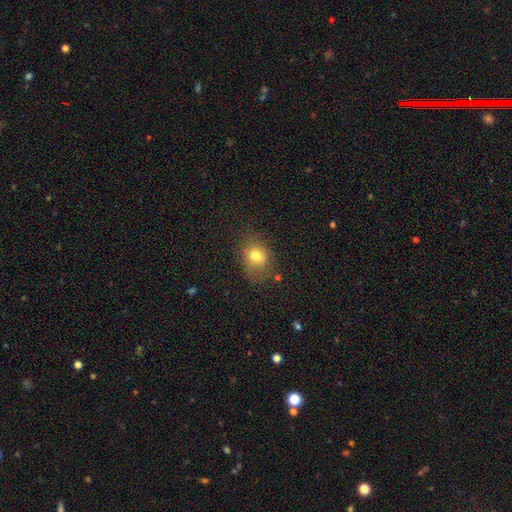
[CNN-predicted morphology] smooth 76%, star or artifact 13%, featured or disk 10%. Down the decision tree: how rounded — round (56%); merging — none (69%).